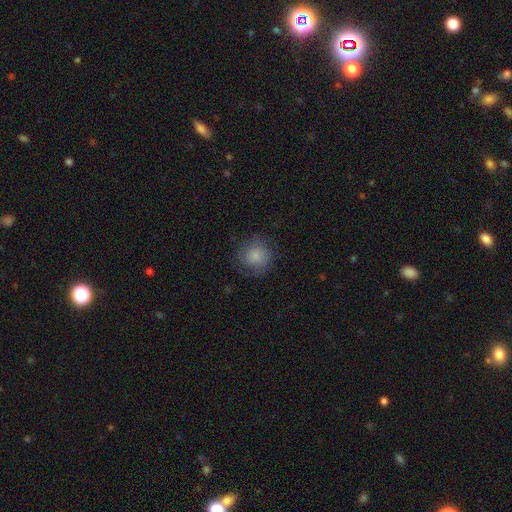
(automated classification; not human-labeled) Smooth or featured?
  - smooth: 76% *
  - featured or disk: 16%
  - star or artifact: 9%
How rounded?
  - round: 88% *
  - in between: 11%
  - cigar-shaped: 1%
Merging?
  - none: 74% *
  - minor disturbance: 17%
  - major disturbance: 9%
  - merger: 1%